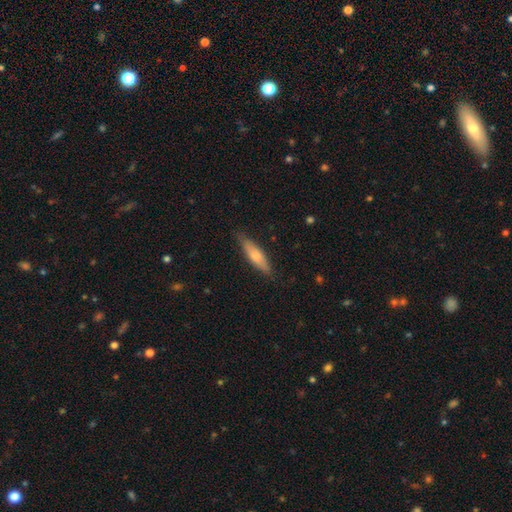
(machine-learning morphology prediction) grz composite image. It shows a smooth galaxy with no disk features (66%) that is cigar-shaped (67%). Merging: none (82%).